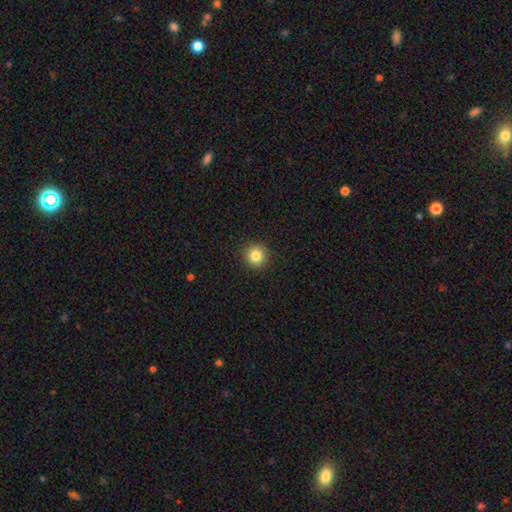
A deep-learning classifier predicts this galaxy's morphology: Q: Smooth or featured?
A: smooth (84%); runner-up: star or artifact (11%)
Q: How rounded?
A: round (94%); runner-up: in between (5%)
Q: Merging?
A: none (92%); runner-up: minor disturbance (5%)